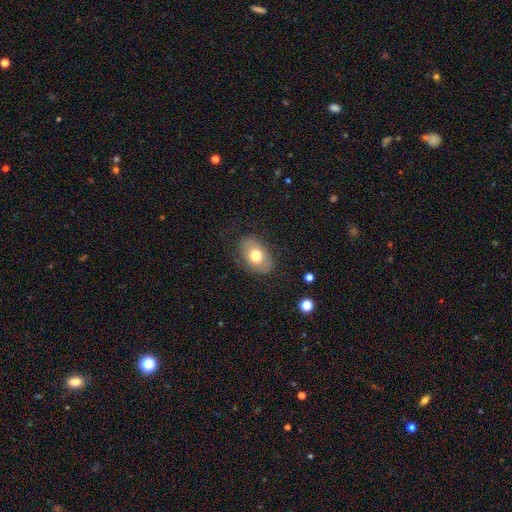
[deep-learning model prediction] A smooth galaxy with no disk features (70%) that is in between round and cigar-shaped (84%). Merging: none (80%).